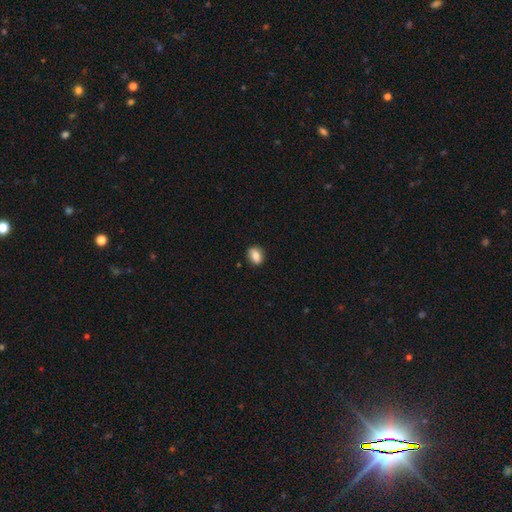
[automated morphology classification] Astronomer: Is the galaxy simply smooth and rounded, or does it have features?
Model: smooth — 81%.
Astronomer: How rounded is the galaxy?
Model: in between — 62%.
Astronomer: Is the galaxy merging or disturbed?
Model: none — 86%.